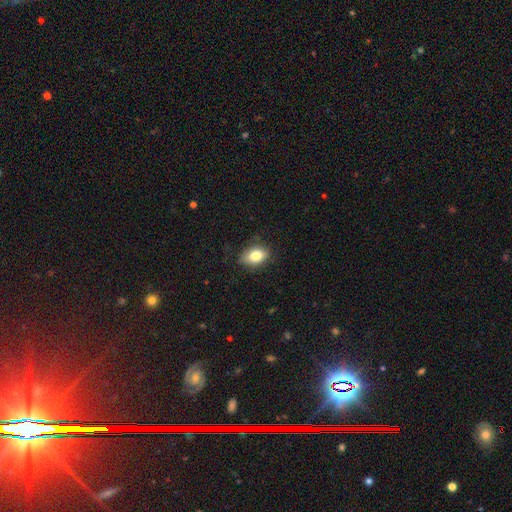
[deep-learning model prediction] smooth_or_featured: smooth (p=0.78) [alt: featured or disk p=0.14]
how_rounded: in between (p=0.83) [alt: round p=0.14]
merging: none (p=0.80) [alt: minor disturbance p=0.16]